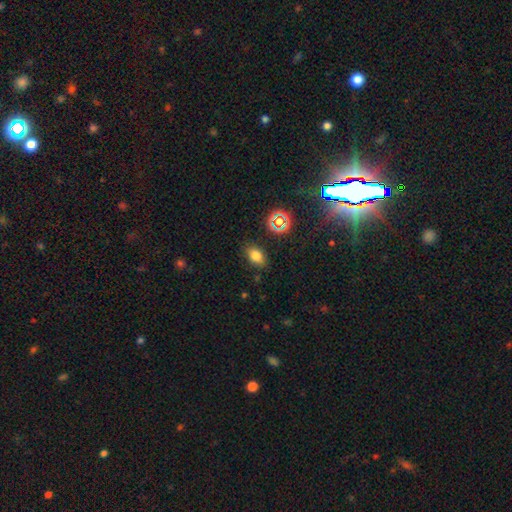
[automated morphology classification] This appears to be a smooth galaxy with no disk features (76%) that is in between round and cigar-shaped (83%). Merging: none (83%).